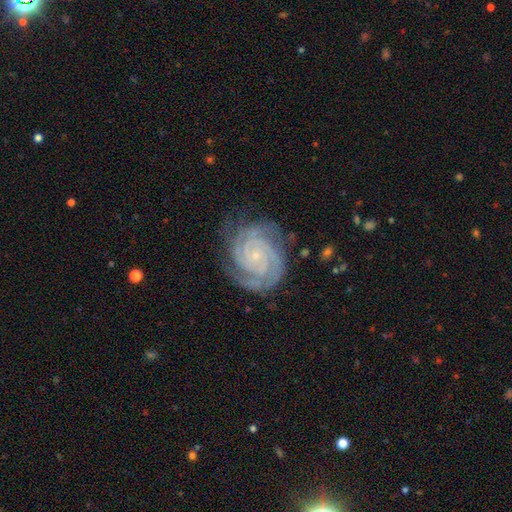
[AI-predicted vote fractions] This is clearly a featured or disk galaxy (91%). It is clearly not viewed edge-on (98%). Bar: likely no (74%). Spiral arm pattern: clearly yes (99%). Spiral arm count: marginally 3 (32%). Spiral winding: clearly tight (81%). Central bulge: clearly small (84%). Merging: likely none (78%).